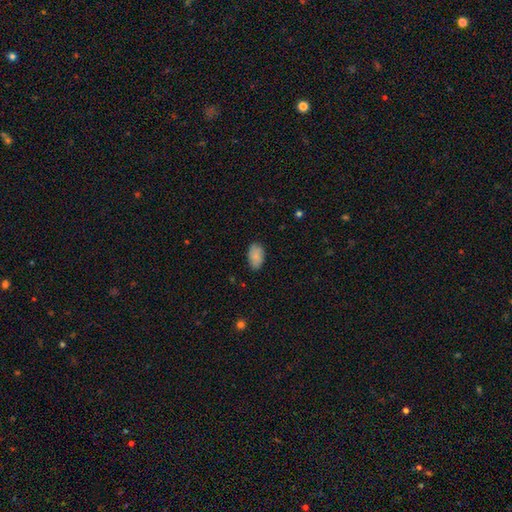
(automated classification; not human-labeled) Smooth or featured?
  - smooth: 85% *
  - featured or disk: 9%
  - star or artifact: 7%
How rounded?
  - in between: 93% *
  - round: 5%
  - cigar-shaped: 2%
Merging?
  - none: 83% *
  - minor disturbance: 13%
  - major disturbance: 2%
  - merger: 1%